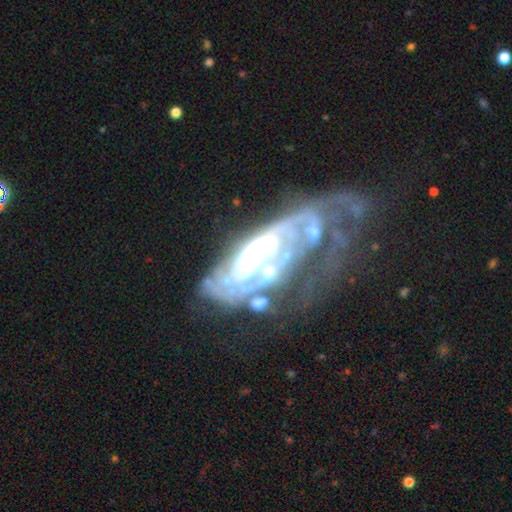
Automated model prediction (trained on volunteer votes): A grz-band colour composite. It shows a featured or disk galaxy (80%) with no bar (60%), tight (57%) spiral arms (74%) and a moderate central bulge (34%). Merging: major disturbance (45%).